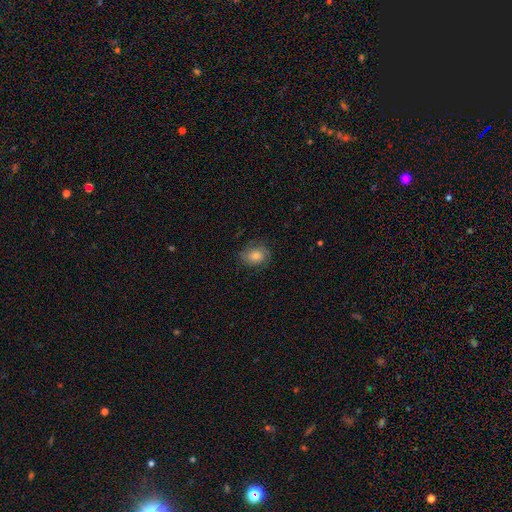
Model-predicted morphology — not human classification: Q: Smooth or featured?
A: smooth (59%); runner-up: featured or disk (29%)
Q: How rounded?
A: round (51%); runner-up: in between (48%)
Q: Merging?
A: none (74%); runner-up: minor disturbance (18%)